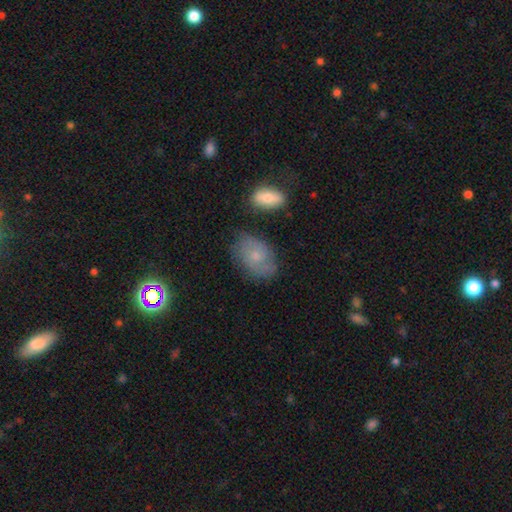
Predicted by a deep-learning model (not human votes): Smooth or featured? smooth (49%)
Merging? none (70%)